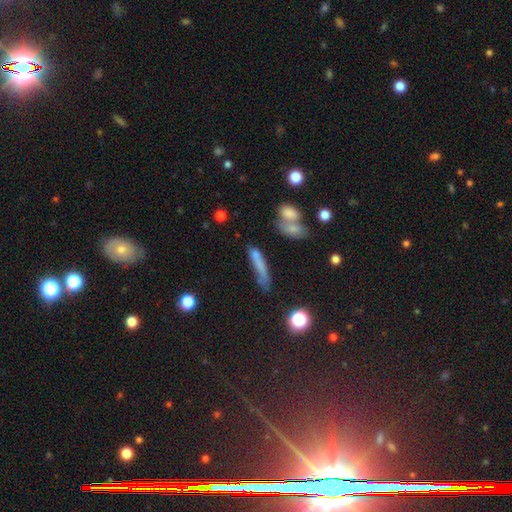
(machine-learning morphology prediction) A smooth galaxy with no disk features (68%) that is cigar-shaped (84%). Merging: none (47%).